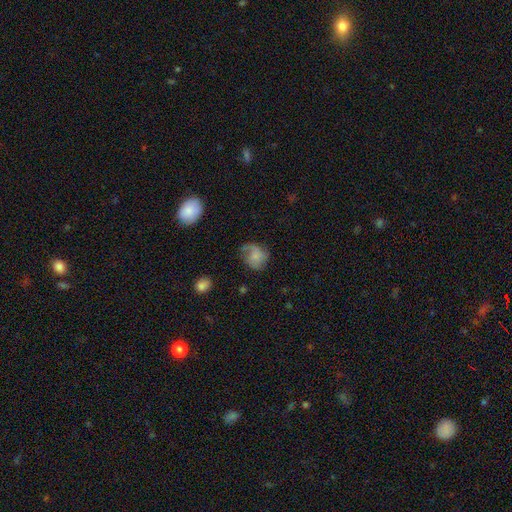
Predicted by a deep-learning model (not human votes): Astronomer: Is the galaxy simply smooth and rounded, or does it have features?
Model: smooth — 50% (runner-up: featured or disk, 42%).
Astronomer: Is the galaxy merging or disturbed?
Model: none — 49% (runner-up: minor disturbance, 28%).